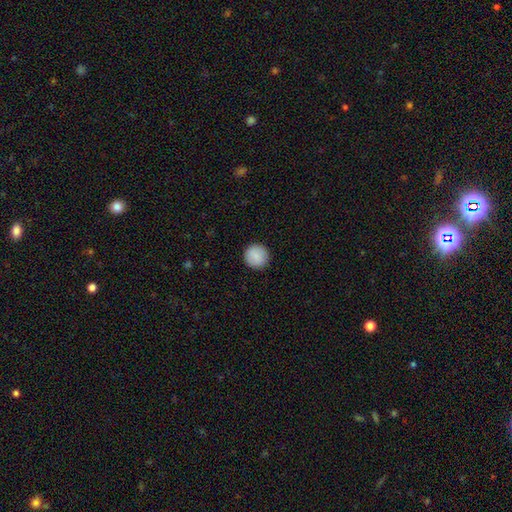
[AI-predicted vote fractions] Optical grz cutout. It shows a smooth galaxy with no disk features (88%) that is round (96%). Merging: none (92%).